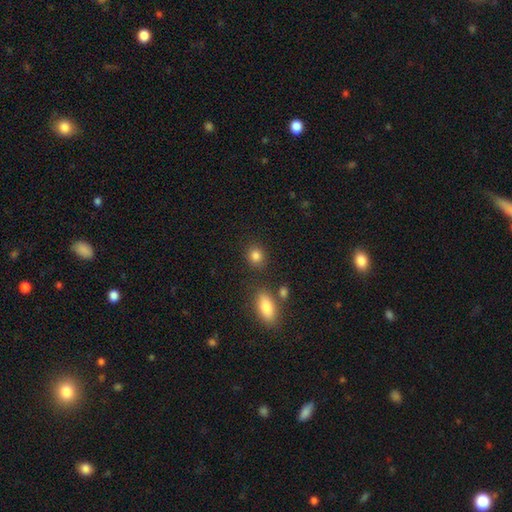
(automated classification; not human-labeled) smooth_or_featured: smooth (p=0.84) [alt: star or artifact p=0.10]
how_rounded: round (p=0.77) [alt: in between p=0.21]
merging: none (p=0.81) [alt: minor disturbance p=0.09]